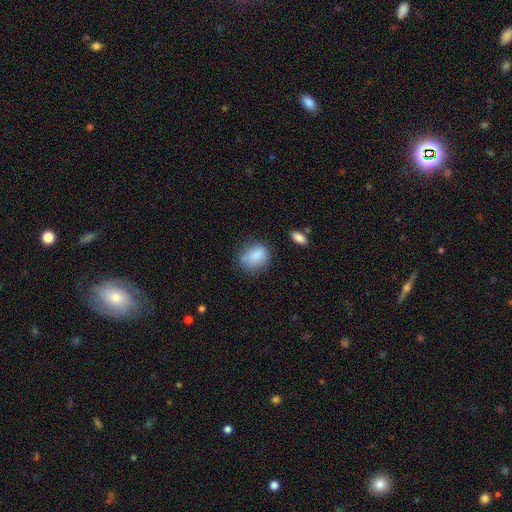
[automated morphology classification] This is clearly a smooth galaxy (84%). How rounded: possibly in between (55%). Merging: likely none (64%).